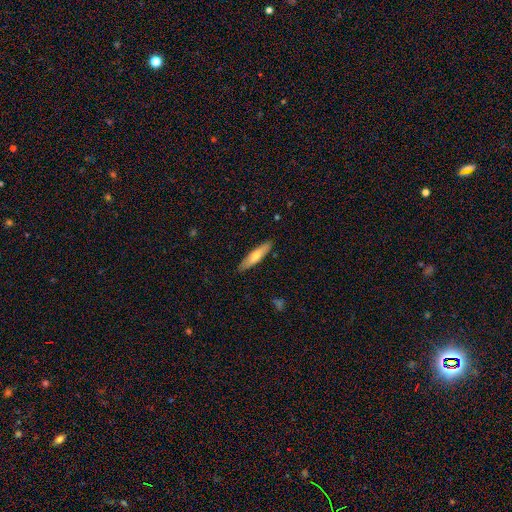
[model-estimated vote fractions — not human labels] This appears to be a smooth galaxy with no disk features (64%) that is cigar-shaped (80%). Merging: none (88%).